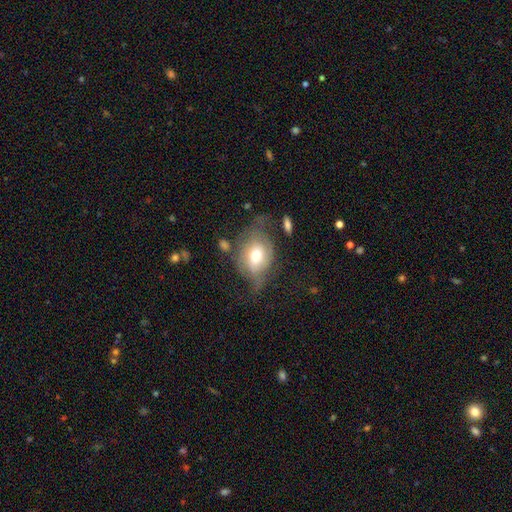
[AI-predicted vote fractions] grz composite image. It shows a smooth galaxy with no disk features (50%) that is in between round and cigar-shaped (62%). Merging: none (36%).